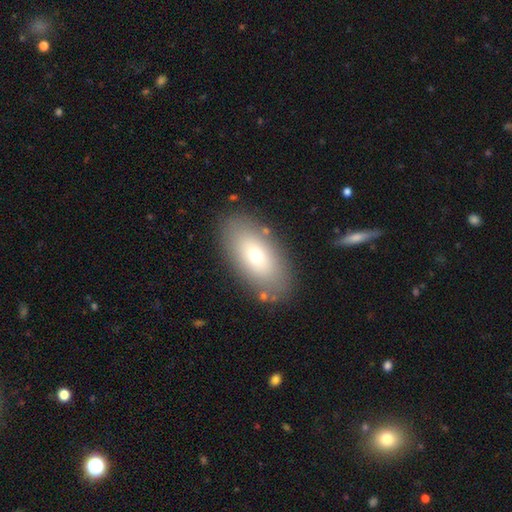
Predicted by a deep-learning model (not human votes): Smooth or featured: smooth — 68% (featured or disk — 23%)
How rounded: in between — 91% (round — 5%)
Merging: none — 83% (minor disturbance — 10%)